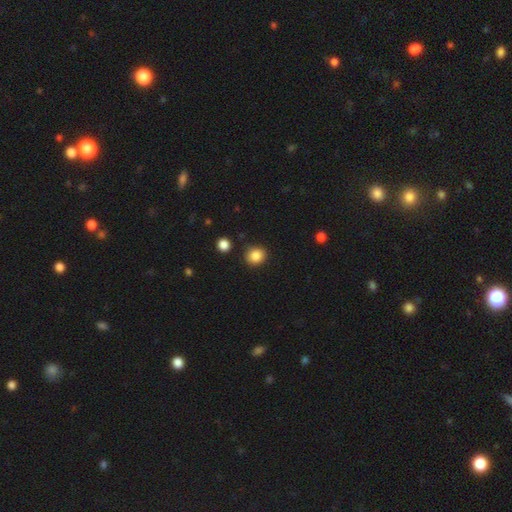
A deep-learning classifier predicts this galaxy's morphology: This appears to be a smooth galaxy with no disk features (86%) that is round (81%). Merging: none (86%).